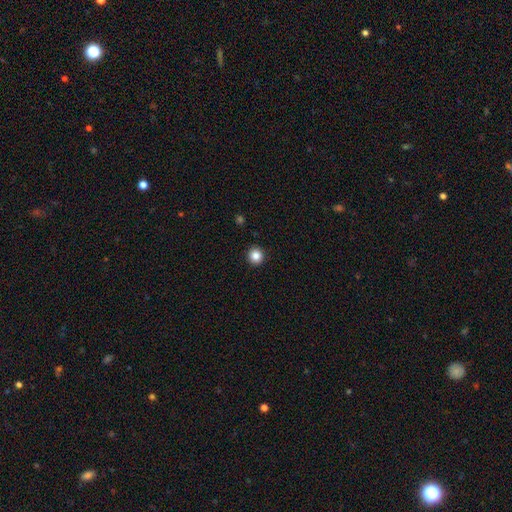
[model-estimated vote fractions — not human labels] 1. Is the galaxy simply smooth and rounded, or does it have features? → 86% smooth, 10% star or artifact, 4% featured or disk.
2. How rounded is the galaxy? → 94% round, 5% in between, 1% cigar-shaped.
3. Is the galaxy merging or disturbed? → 93% none, 4% minor disturbance, 2% major disturbance, 1% merger.